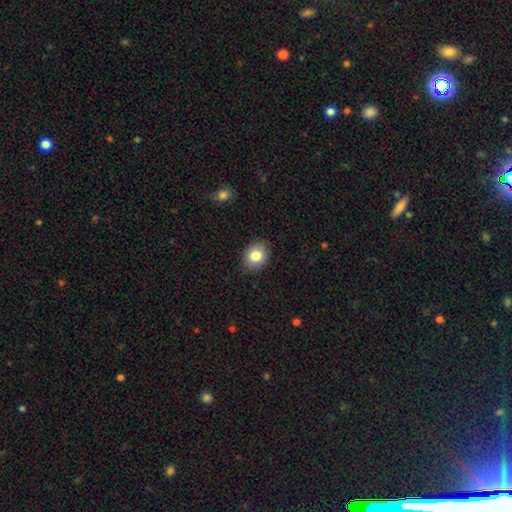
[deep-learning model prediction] The model was most divided on "how rounded": in between: 57%, round: 42%, cigar-shaped: 1%. More confident: merging — none (88%); smooth or featured — smooth (83%).